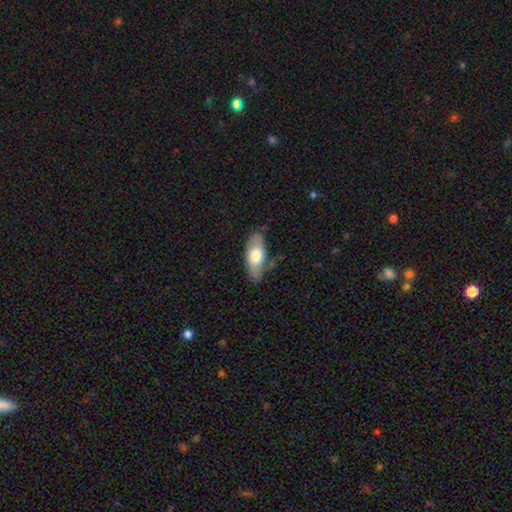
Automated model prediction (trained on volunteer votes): Smooth or featured?
  - smooth: 64% *
  - featured or disk: 30%
  - star or artifact: 6%
How rounded?
  - in between: 84% *
  - cigar-shaped: 13%
  - round: 3%
Merging?
  - none: 73% *
  - minor disturbance: 20%
  - major disturbance: 5%
  - merger: 2%